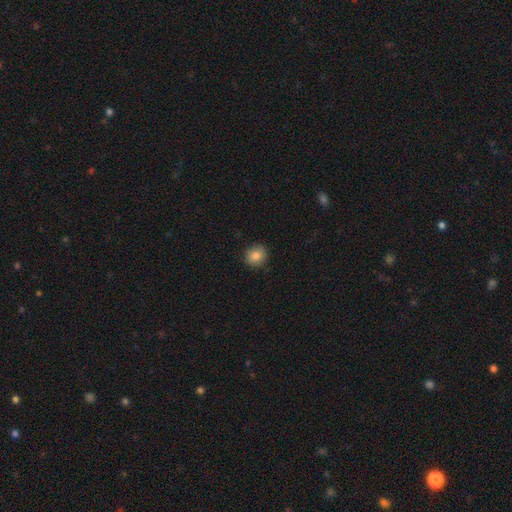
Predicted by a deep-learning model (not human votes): Smooth or featured? smooth (82%)
How rounded? round (87%)
Merging? none (90%)